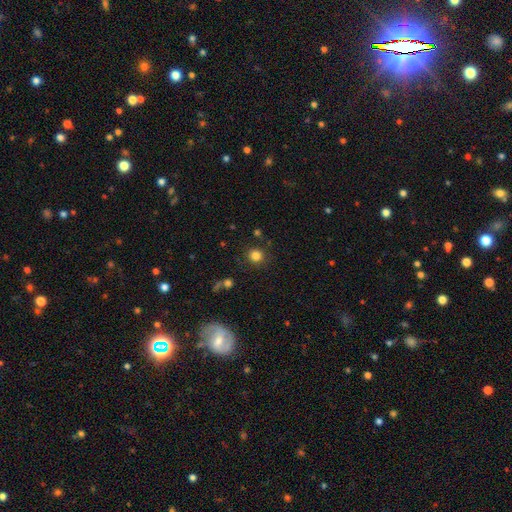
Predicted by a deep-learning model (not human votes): A smooth galaxy with no disk features (82%) that is round (91%). Merging: none (86%).